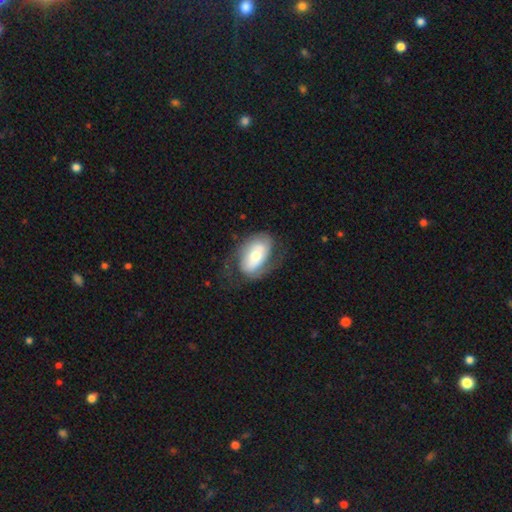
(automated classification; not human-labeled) Smooth or featured?
  - featured or disk: 53% *
  - smooth: 40%
  - star or artifact: 6%
Edge-on disk?
  - no: 92% *
  - yes: 8%
Merging?
  - none: 60% *
  - minor disturbance: 22%
  - major disturbance: 17%
  - merger: 1%